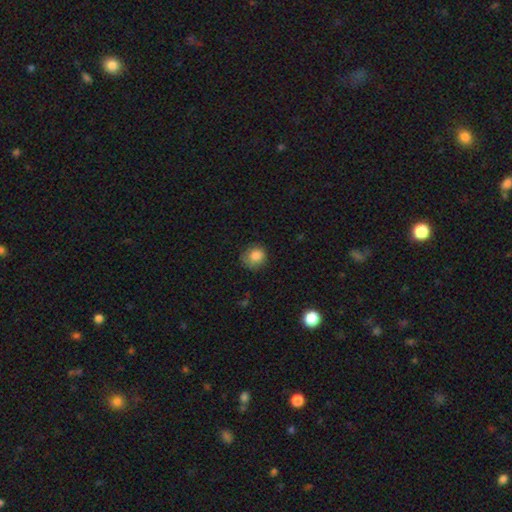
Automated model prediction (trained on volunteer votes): Smooth or featured: smooth — 84% (star or artifact — 9%)
How rounded: round — 79% (in between — 20%)
Merging: none — 69% (minor disturbance — 23%)